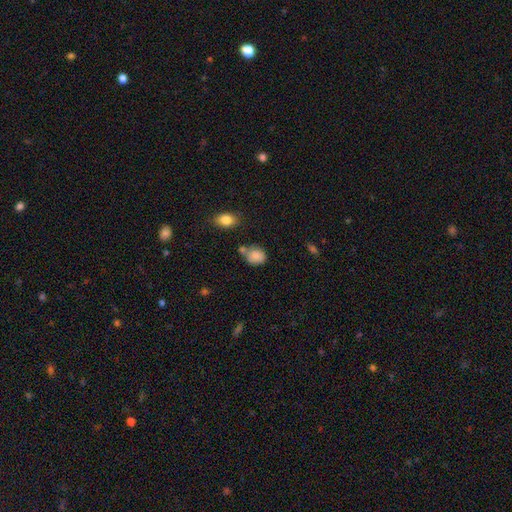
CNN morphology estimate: Q: Smooth or featured?
A: smooth (82%); runner-up: featured or disk (9%)
Q: How rounded?
A: round (50%); runner-up: in between (49%)
Q: Merging?
A: none (49%); runner-up: minor disturbance (27%)